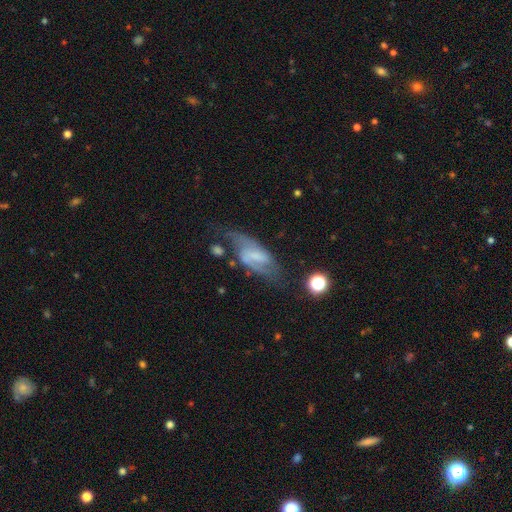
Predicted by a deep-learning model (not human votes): smooth-or-featured: featured or disk: 72% | smooth: 19% | star or artifact: 9%
  disk-edge-on: no: 90% | yes: 10%
    bar: weak: 47% | strong: 28% | no: 25%
    has-spiral-arms: yes: 86% | no: 14%
      spiral-winding: loose: 43% | medium: 41% | tight: 16%
      spiral-arm-count: 2: 80% | can't tell: 11% | 1: 6% | 3: 2% | 4: 1% | more than 4: 1%
    bulge-size: small: 38% | none: 37% | moderate: 19% | large: 5% | dominant: 2%
  merging: none: 50% | minor disturbance: 23% | major disturbance: 20% | merger: 6%